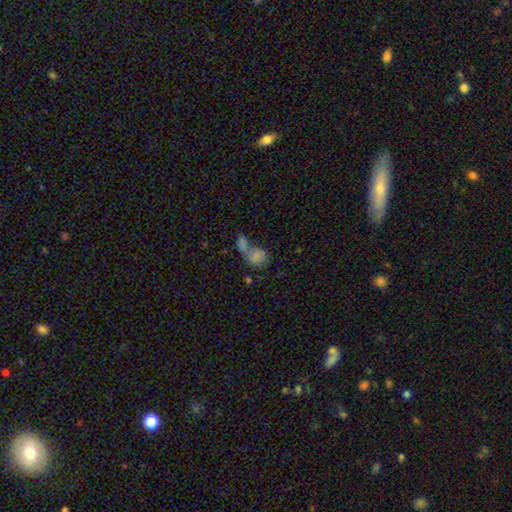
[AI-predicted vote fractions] A smooth galaxy with no disk features (72%) that is in between round and cigar-shaped (59%).

Vote fractions:
- Smooth or featured? smooth: 72% / featured or disk: 16% / star or artifact: 12%
- How rounded? in between: 59% / round: 38% / cigar-shaped: 3%
- Merging? merger: 63% / none: 18% / major disturbance: 11% / minor disturbance: 8%